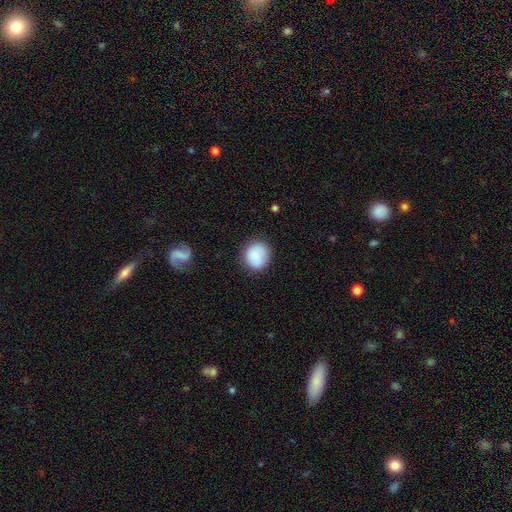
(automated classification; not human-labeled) smooth_or_featured: smooth (p=0.85) [alt: star or artifact p=0.07]
how_rounded: round (p=0.83) [alt: in between p=0.16]
merging: none (p=0.81) [alt: minor disturbance p=0.13]